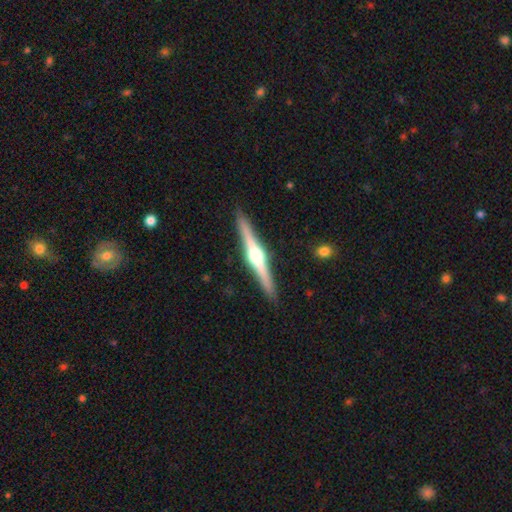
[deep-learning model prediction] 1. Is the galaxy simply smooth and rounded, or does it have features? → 79% featured or disk, 16% smooth, 5% star or artifact.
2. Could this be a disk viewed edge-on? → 98% yes, 2% no.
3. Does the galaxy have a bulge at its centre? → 94% rounded, 4% boxy, 2% none.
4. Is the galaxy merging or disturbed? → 90% none, 7% minor disturbance, 1% major disturbance, 1% merger.